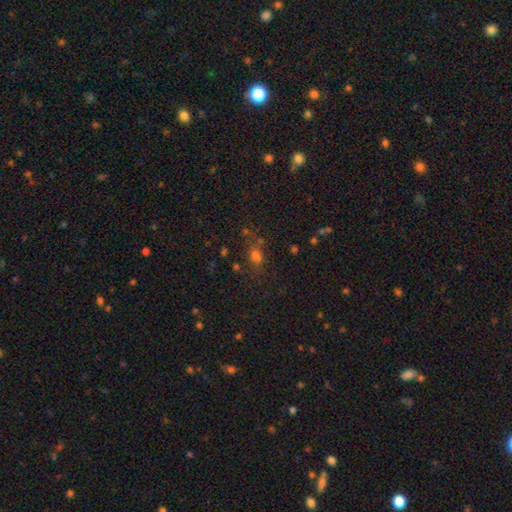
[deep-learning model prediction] This is possibly a smooth galaxy (57%). How rounded: possibly in between (54%). Merging: likely none (64%).